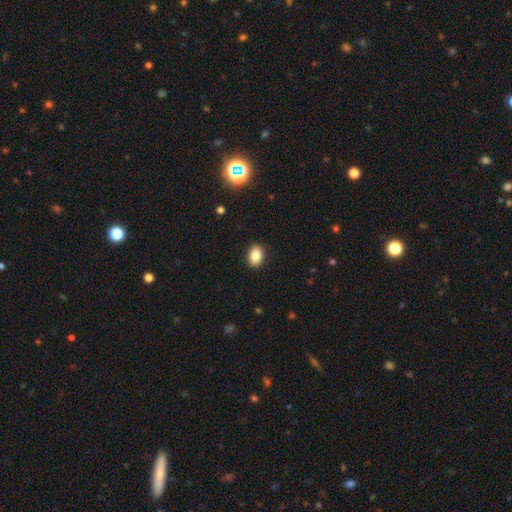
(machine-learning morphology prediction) A smooth galaxy with no disk features (84%) that is in between round and cigar-shaped (79%).

Vote fractions:
- Smooth or featured? smooth: 84% / star or artifact: 9% / featured or disk: 7%
- How rounded? in between: 79% / round: 20% / cigar-shaped: 1%
- Merging? none: 90% / minor disturbance: 7% / major disturbance: 2% / merger: 1%